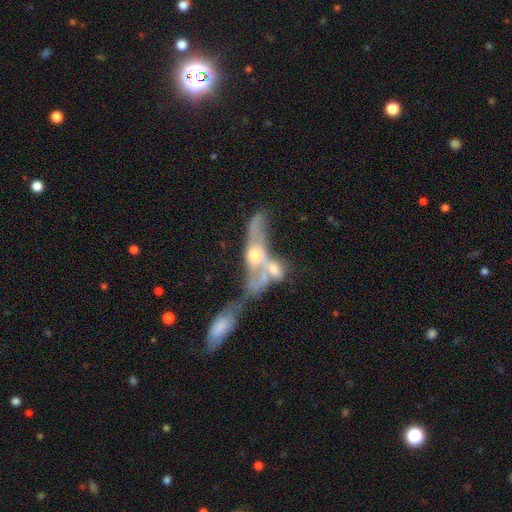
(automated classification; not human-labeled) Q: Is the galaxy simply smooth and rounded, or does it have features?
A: featured or disk — 62%.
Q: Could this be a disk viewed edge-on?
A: no — 72%.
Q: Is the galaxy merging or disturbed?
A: merger — 73%.